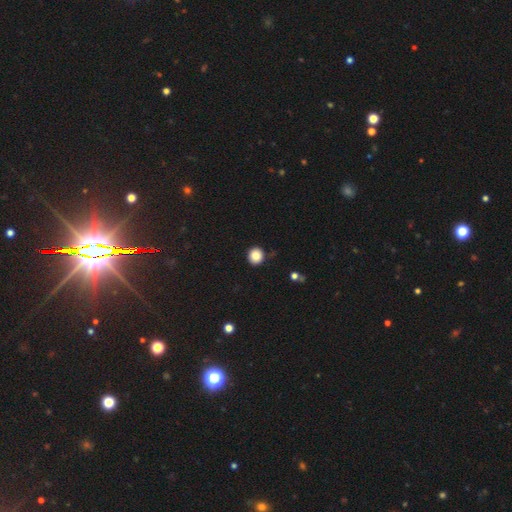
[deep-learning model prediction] Q: Smooth or featured?
A: smooth (86%); runner-up: star or artifact (10%)
Q: How rounded?
A: round (89%); runner-up: in between (10%)
Q: Merging?
A: none (90%); runner-up: minor disturbance (7%)